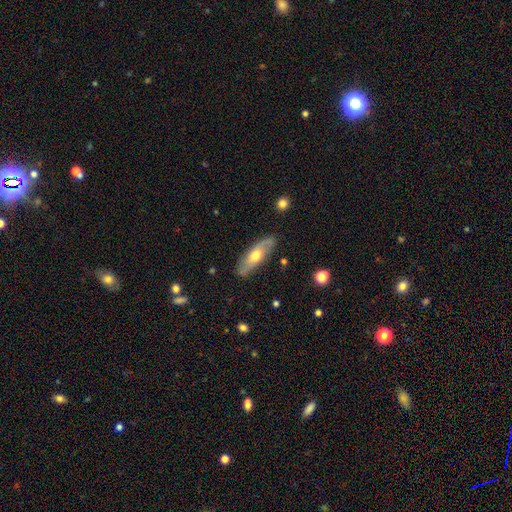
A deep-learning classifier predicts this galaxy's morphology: A featured or disk galaxy (48%).

Vote fractions:
- Smooth or featured? featured or disk: 48% / smooth: 46% / star or artifact: 5%
- Merging? none: 83% / minor disturbance: 13% / major disturbance: 3% / merger: 1%